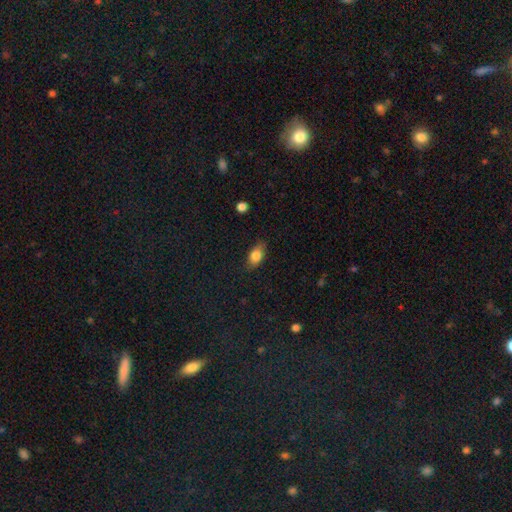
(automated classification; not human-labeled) The model was most divided on "merging": none: 77%, minor disturbance: 18%, major disturbance: 4%, merger: 1%. More confident: how rounded — in between (84%); smooth or featured — smooth (82%).